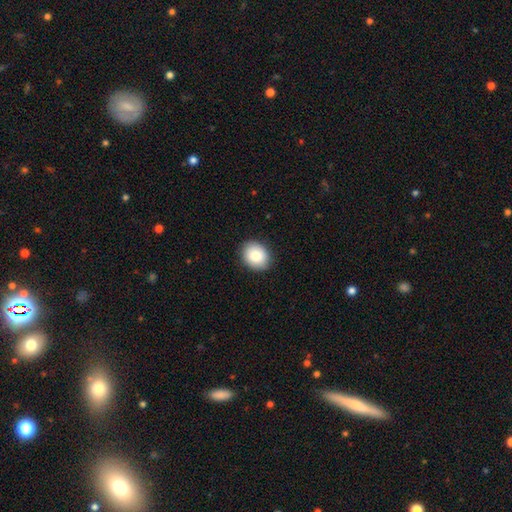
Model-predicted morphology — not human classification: Q: Smooth or featured?
A: smooth (83%); runner-up: featured or disk (9%)
Q: How rounded?
A: round (53%); runner-up: in between (46%)
Q: Merging?
A: none (89%); runner-up: minor disturbance (8%)